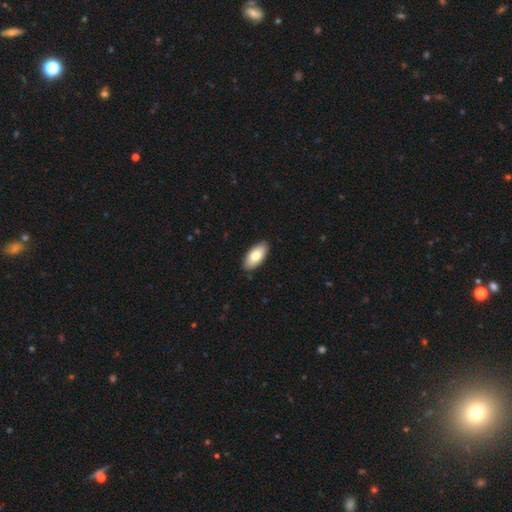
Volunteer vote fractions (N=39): smooth_or_featured: smooth (p=0.87) [alt: featured or disk p=0.08]
how_rounded: in between (p=1.00)
merging: none (p=0.97) [alt: minor disturbance p=0.03]